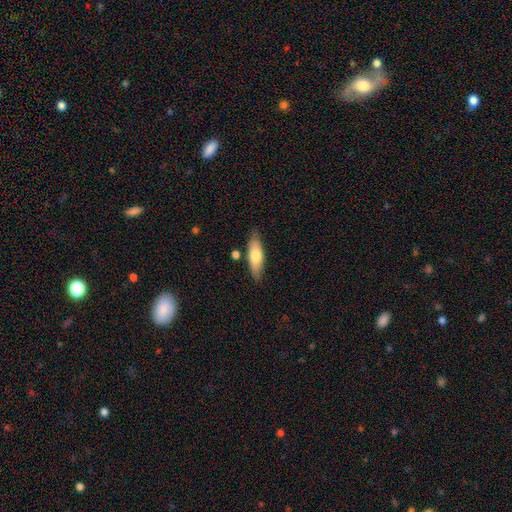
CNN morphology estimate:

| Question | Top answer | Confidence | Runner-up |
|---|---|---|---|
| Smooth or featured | smooth | 69% | featured or disk (25%) |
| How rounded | in between | 52% | cigar-shaped (46%) |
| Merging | none | 80% | minor disturbance (12%) |